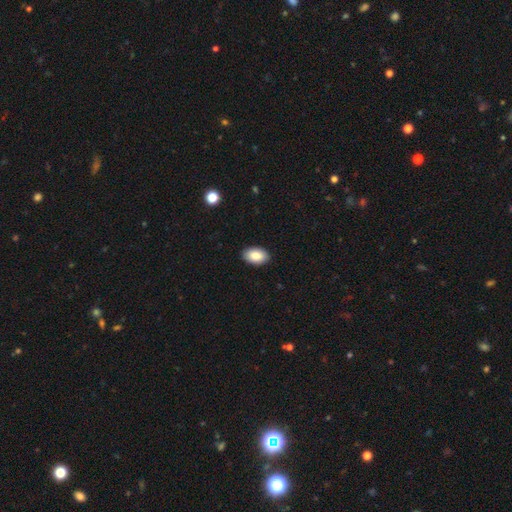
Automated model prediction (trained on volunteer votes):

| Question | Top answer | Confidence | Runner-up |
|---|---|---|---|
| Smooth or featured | smooth | 85% | featured or disk (8%) |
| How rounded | in between | 93% | round (6%) |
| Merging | none | 90% | minor disturbance (7%) |